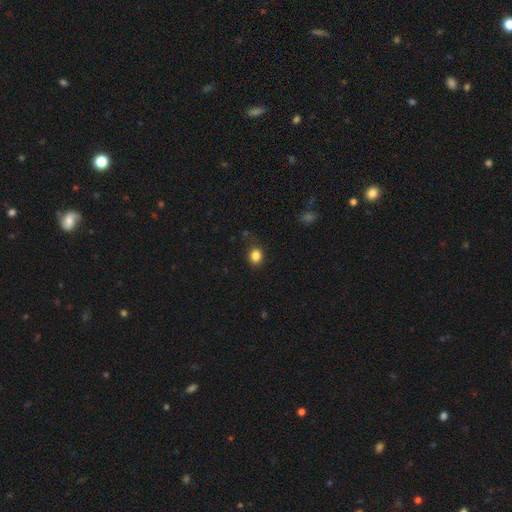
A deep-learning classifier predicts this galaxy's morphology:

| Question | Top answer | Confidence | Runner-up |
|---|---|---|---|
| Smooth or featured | smooth | 84% | star or artifact (11%) |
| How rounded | round | 64% | in between (35%) |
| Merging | none | 82% | minor disturbance (13%) |